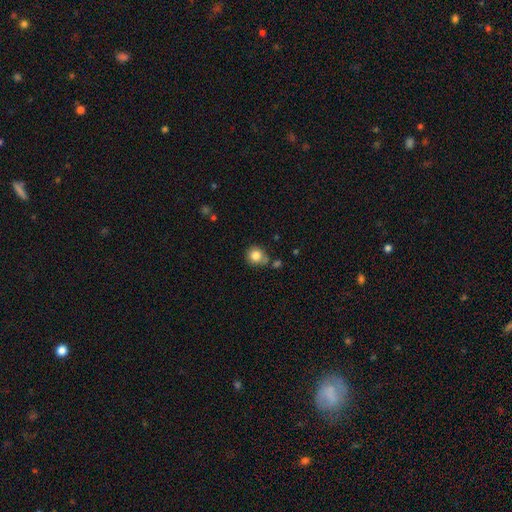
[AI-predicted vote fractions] This appears to be a smooth galaxy with no disk features (83%) that is round (87%). Merging: none (67%).